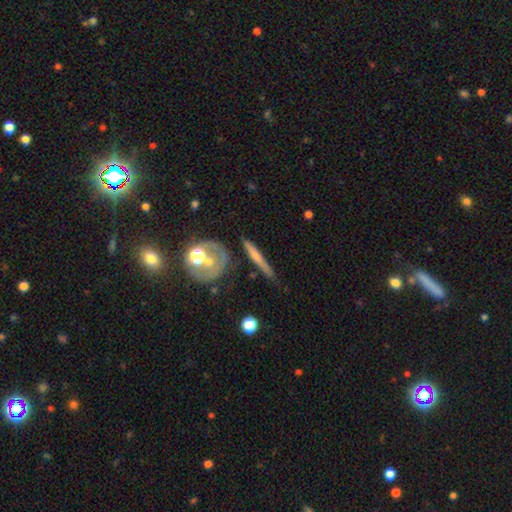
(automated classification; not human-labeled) Morphology: type=smooth (50%); roundness=cigar-shaped (84%); merging=none (76%).